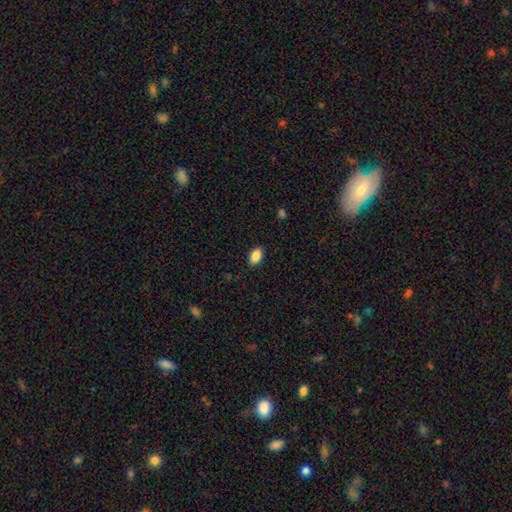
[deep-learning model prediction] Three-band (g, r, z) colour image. It shows a smooth galaxy with no disk features (88%) that is in between round and cigar-shaped (90%). Merging: none (88%).